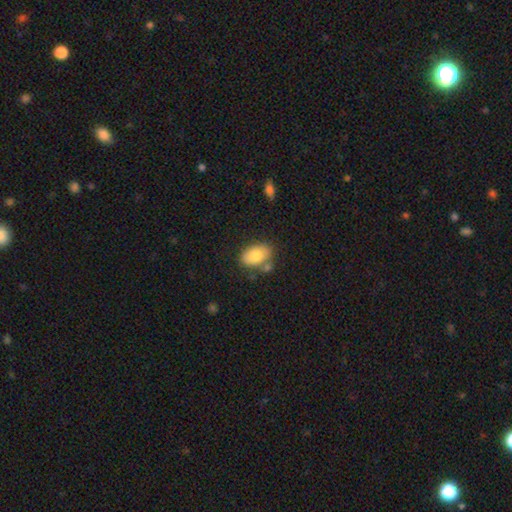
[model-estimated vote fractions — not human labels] A smooth galaxy with no disk features (78%) that is in between round and cigar-shaped (88%). Merging: none (61%).